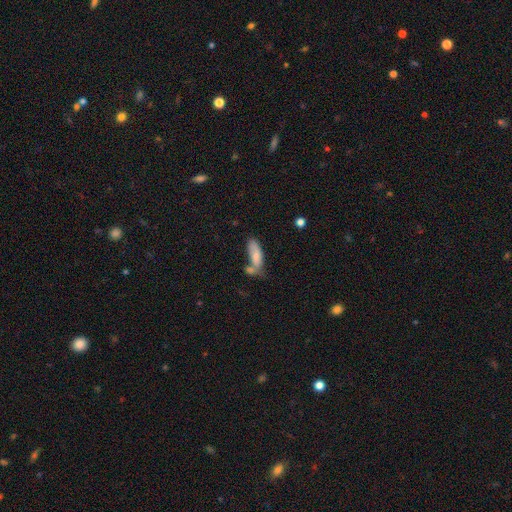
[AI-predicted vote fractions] smooth-or-featured: smooth: 73% | featured or disk: 19% | star or artifact: 7%
  how-rounded: in between: 68% | cigar-shaped: 30% | round: 2%
  merging: none: 36% | merger: 34% | minor disturbance: 20% | major disturbance: 9%